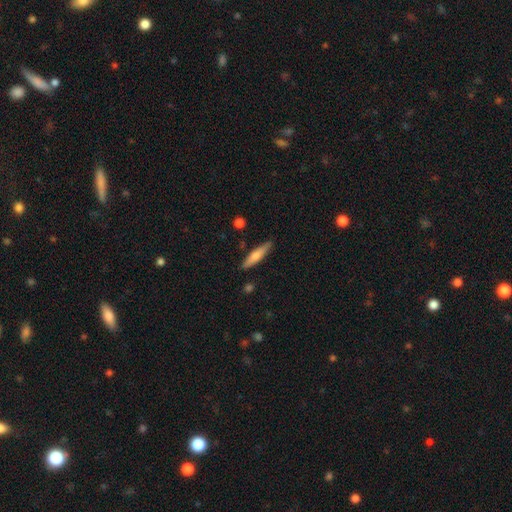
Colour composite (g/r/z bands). It shows a smooth galaxy with no disk features (61%) that is cigar-shaped (82%). Merging: none (89%).